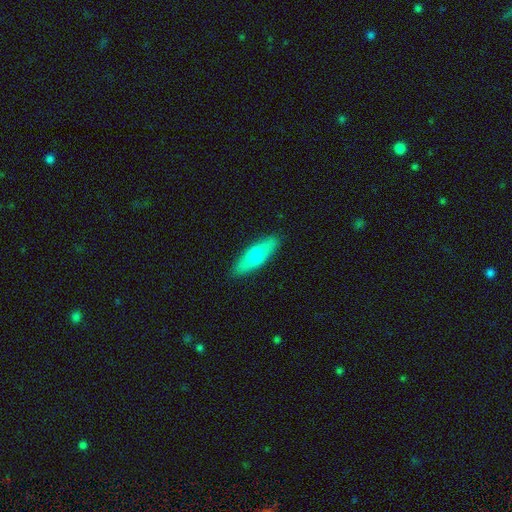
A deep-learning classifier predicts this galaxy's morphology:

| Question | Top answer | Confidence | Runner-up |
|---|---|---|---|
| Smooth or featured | smooth | 65% | featured or disk (29%) |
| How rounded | cigar-shaped | 49% | in between (48%) |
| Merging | none | 88% | minor disturbance (9%) |